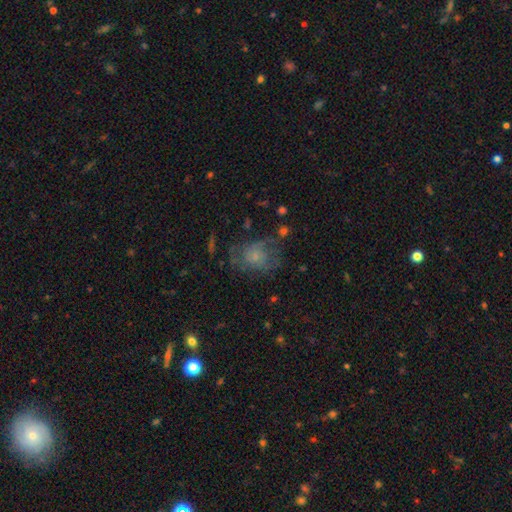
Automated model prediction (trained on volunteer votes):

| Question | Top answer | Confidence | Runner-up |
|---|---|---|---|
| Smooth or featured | smooth | 44% | tied: featured or disk (44%) |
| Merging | none | 45% | major disturbance (28%) |